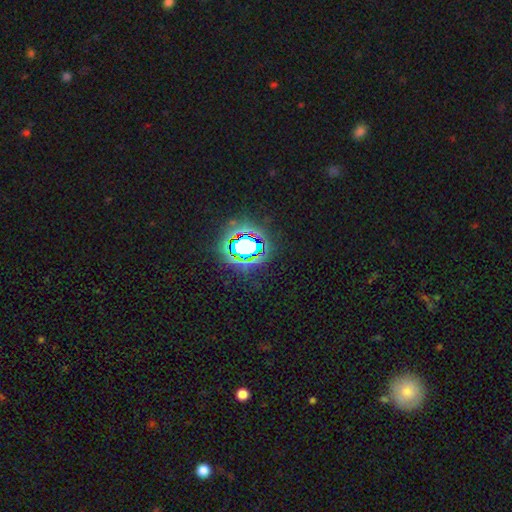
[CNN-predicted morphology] Smooth or featured? star or artifact (81%)